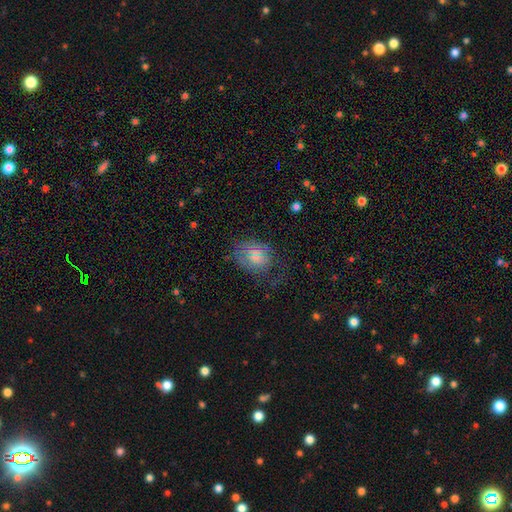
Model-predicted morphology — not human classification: Smooth or featured? smooth (53%)
How rounded? in between (49%, tied with round)
Merging? none (60%)